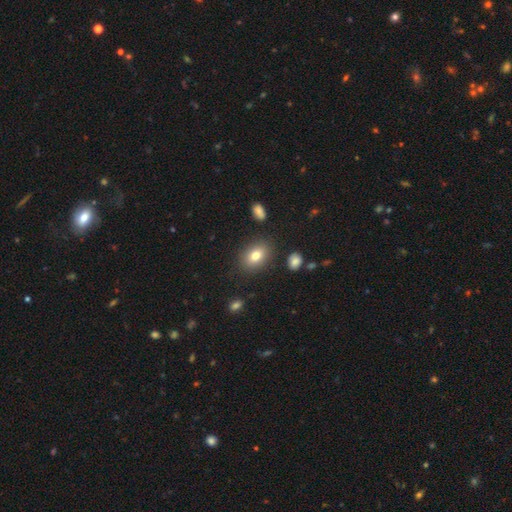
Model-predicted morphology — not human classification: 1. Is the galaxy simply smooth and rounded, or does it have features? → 78% smooth, 12% featured or disk, 10% star or artifact.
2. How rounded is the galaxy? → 77% in between, 21% round, 2% cigar-shaped.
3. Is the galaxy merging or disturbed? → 84% none, 10% minor disturbance, 3% major disturbance, 2% merger.